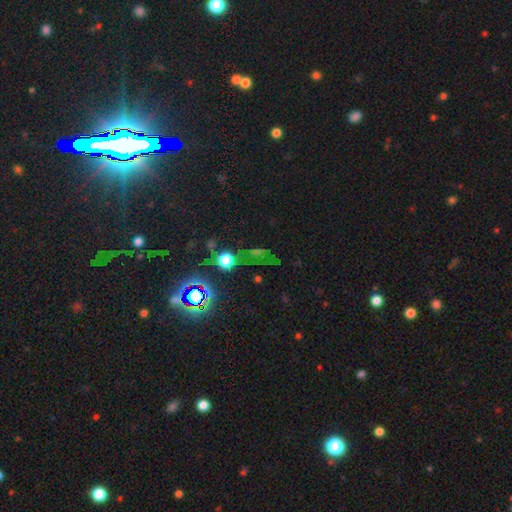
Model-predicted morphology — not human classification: Smooth or featured? Predicted: star or artifact (p=0.68).